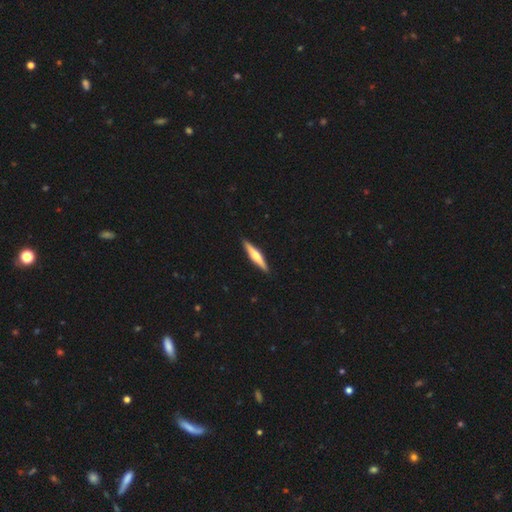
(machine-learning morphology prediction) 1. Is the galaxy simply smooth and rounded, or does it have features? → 62% featured or disk, 34% smooth, 5% star or artifact.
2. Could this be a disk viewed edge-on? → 97% yes, 3% no.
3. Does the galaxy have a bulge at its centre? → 89% rounded, 6% boxy, 5% none.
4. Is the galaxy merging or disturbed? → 92% none, 6% minor disturbance, 1% major disturbance, 1% merger.